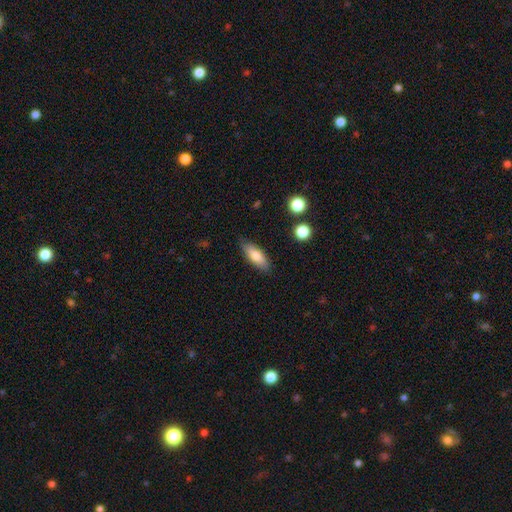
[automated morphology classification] This is likely a smooth galaxy (76%). How rounded: likely in between (68%). Merging: clearly none (83%).